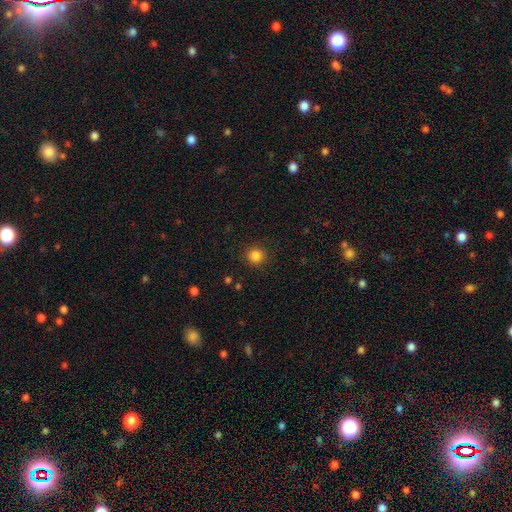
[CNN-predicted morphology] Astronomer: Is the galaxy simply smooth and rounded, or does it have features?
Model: smooth — 84%.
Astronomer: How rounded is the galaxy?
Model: round — 94%.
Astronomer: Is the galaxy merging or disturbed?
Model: none — 91%.